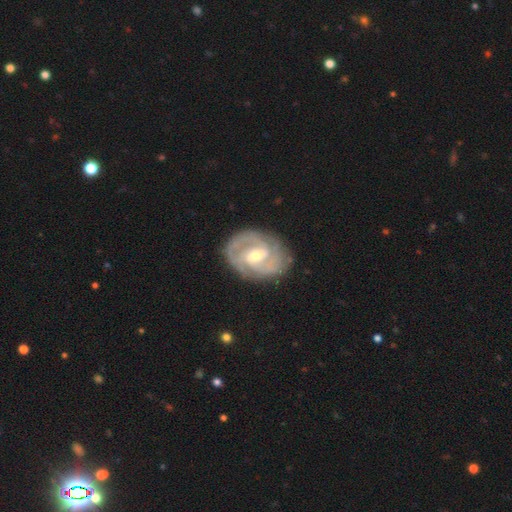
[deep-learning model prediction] Q: Smooth or featured?
A: featured or disk (87%); runner-up: smooth (8%)
Q: Edge-on disk?
A: no (97%); runner-up: yes (3%)
Q: Bar?
A: weak (51%); runner-up: no (30%)
Q: Spiral arms?
A: yes (96%); runner-up: no (4%)
Q: Spiral winding?
A: tight (62%); runner-up: medium (32%)
Q: Spiral arm count?
A: 2 (45%); runner-up: 3 (22%)
Q: Bulge size?
A: moderate (53%); runner-up: small (43%)
Q: Merging?
A: none (79%); runner-up: minor disturbance (15%)